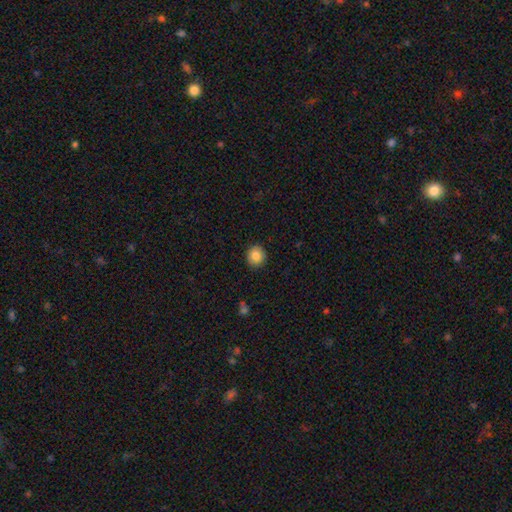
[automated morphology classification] Smooth or featured: smooth — 86% (star or artifact — 9%)
How rounded: round — 87% (in between — 12%)
Merging: none — 91% (minor disturbance — 6%)